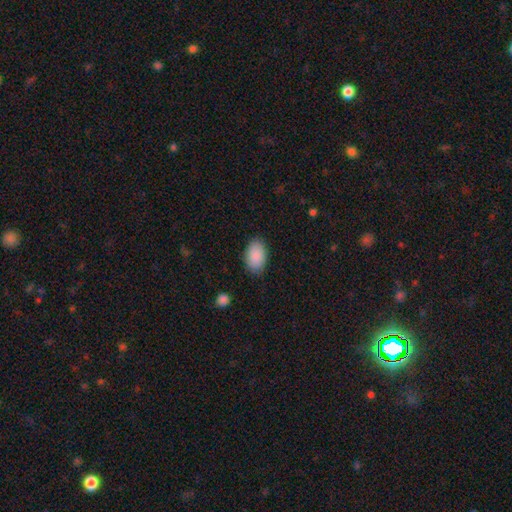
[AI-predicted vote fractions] A smooth galaxy with no disk features (90%) that is in between round and cigar-shaped (93%).

Vote fractions:
- Smooth or featured? smooth: 90% / star or artifact: 6% / featured or disk: 4%
- How rounded? in between: 93% / round: 6% / cigar-shaped: 1%
- Merging? none: 85% / minor disturbance: 11% / major disturbance: 3% / merger: 1%